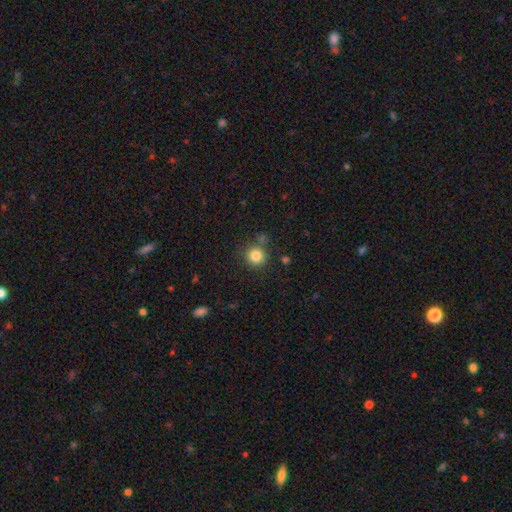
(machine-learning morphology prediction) Smooth or featured?
  - smooth: 83% *
  - star or artifact: 11%
  - featured or disk: 5%
How rounded?
  - round: 93% *
  - in between: 6%
  - cigar-shaped: 1%
Merging?
  - none: 81% *
  - minor disturbance: 9%
  - merger: 6%
  - major disturbance: 3%